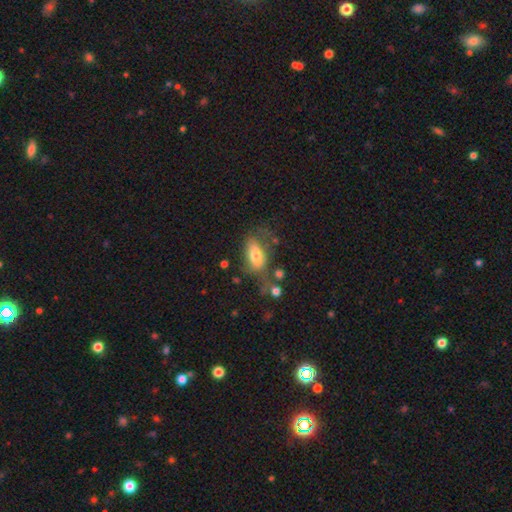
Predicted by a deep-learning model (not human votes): smooth-or-featured: smooth: 67% | featured or disk: 24% | star or artifact: 9%
  how-rounded: in between: 86% | round: 7% | cigar-shaped: 7%
  merging: none: 41% | major disturbance: 26% | minor disturbance: 25% | merger: 9%